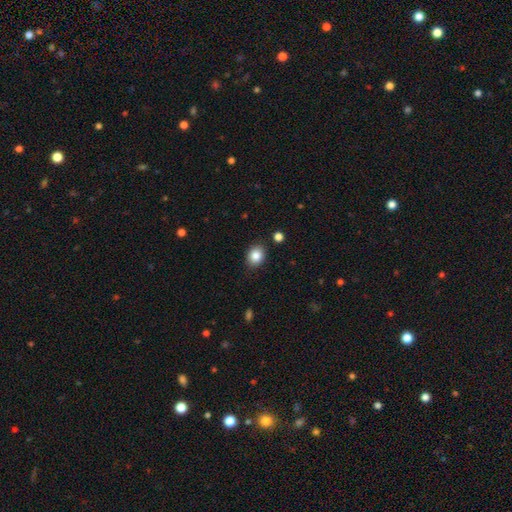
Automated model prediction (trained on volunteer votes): Smooth or featured? Predicted: smooth (p=0.85). How rounded? Predicted: round (p=0.50). Merging? Predicted: none (p=0.87).